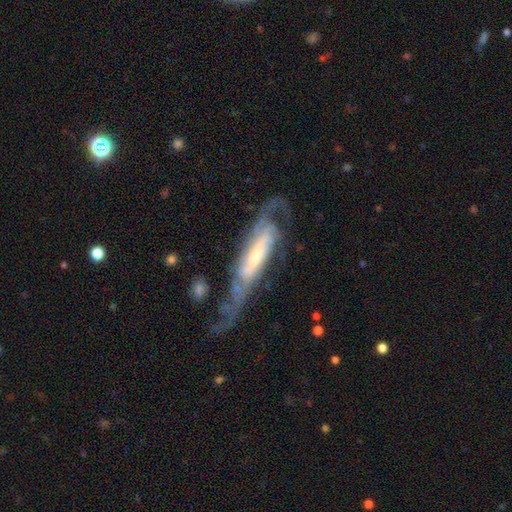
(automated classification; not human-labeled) Smooth or featured: featured or disk — 81% (smooth — 13%)
Edge-on disk: no — 76% (yes — 24%)
Bar: no — 41% (weak — 33%)
Spiral arms: yes — 92% (no — 8%)
Spiral winding: medium — 43% (tight — 34%)
Spiral arm count: 2 — 54% (can't tell — 26%)
Bulge size: moderate — 35% (small — 30%)
Merging: none — 48% (major disturbance — 28%)